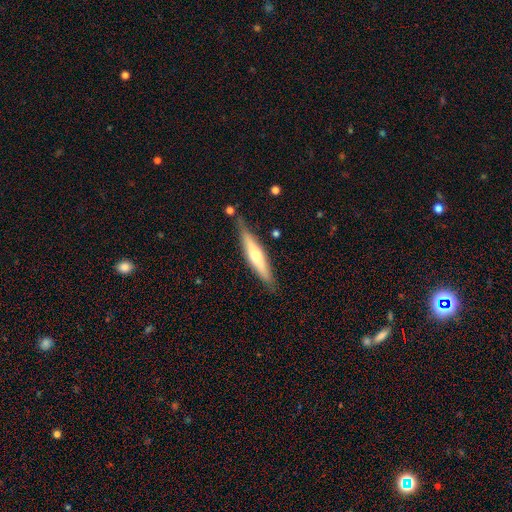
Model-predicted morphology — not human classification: This appears to be a featured or disk galaxy (53%) viewed edge-on (91%). Merging: none (80%).